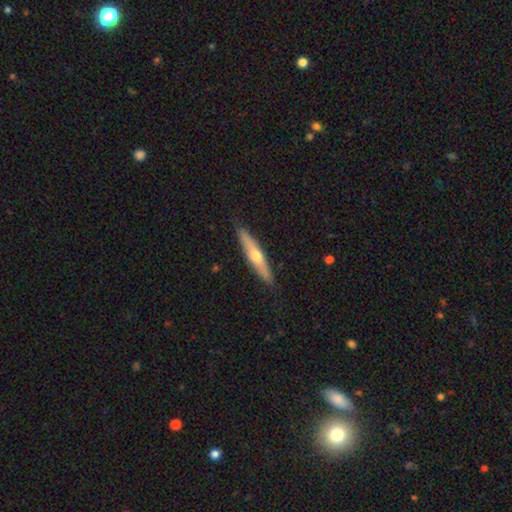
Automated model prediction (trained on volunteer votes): smooth_or_featured: featured or disk (p=0.52) [alt: smooth p=0.43]
disk_edge_on: yes (p=0.91) [alt: no p=0.09]
merging: none (p=0.89) [alt: minor disturbance p=0.09]